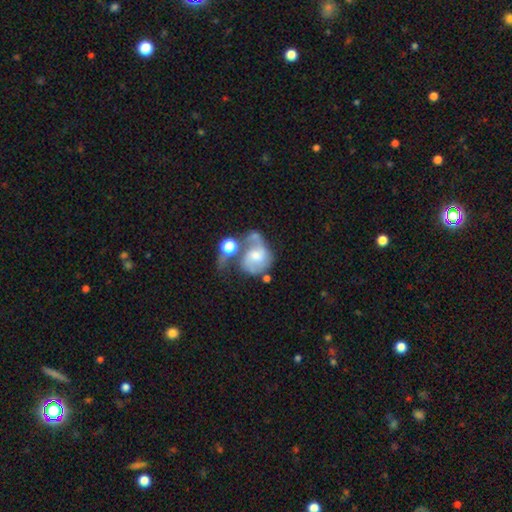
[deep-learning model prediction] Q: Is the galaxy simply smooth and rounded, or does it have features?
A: featured or disk — 69%.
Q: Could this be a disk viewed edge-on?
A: no — 98%.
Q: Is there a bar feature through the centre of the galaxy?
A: no — 54%.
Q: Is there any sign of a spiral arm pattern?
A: yes — 86%.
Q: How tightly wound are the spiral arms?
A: medium — 45%.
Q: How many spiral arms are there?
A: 2 — 68%.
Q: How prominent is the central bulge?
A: moderate — 49%.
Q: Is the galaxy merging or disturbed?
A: merger — 30%.